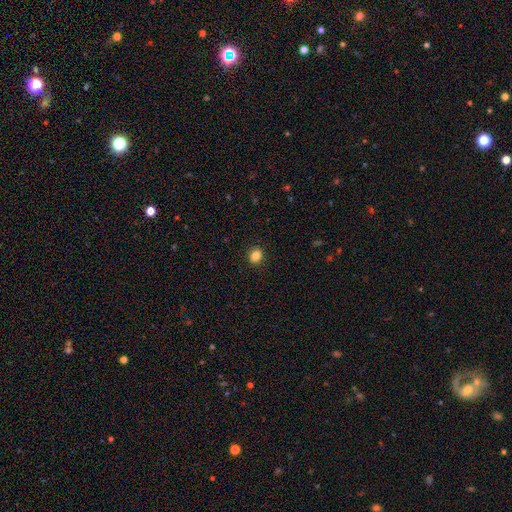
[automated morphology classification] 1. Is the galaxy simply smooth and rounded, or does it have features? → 84% smooth, 11% star or artifact, 5% featured or disk.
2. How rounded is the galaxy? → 66% round, 33% in between, 1% cigar-shaped.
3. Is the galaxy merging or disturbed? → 91% none, 6% minor disturbance, 2% major disturbance, 1% merger.